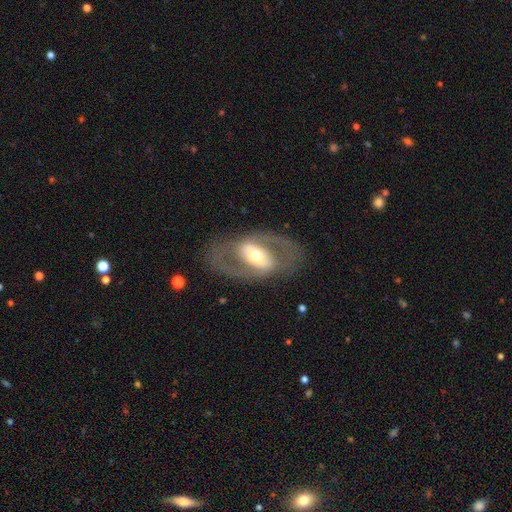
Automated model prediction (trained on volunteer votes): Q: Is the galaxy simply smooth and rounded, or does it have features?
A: featured or disk — 80%.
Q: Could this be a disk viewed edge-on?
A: no — 94%.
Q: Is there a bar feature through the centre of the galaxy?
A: strong — 38%.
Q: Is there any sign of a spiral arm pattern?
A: yes — 69%.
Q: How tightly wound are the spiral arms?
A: medium — 52%.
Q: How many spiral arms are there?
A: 2 — 86%.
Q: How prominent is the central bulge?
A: moderate — 61%.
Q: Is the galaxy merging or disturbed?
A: none — 78%.